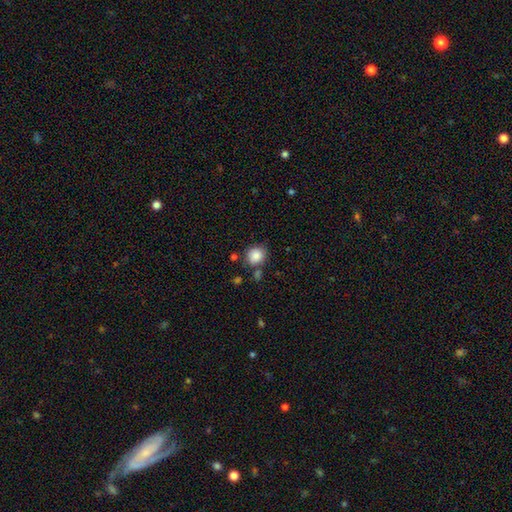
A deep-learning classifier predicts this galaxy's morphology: A smooth galaxy with no disk features (86%) that is round (81%).

Vote fractions:
- Smooth or featured? smooth: 86% / star or artifact: 9% / featured or disk: 5%
- How rounded? round: 81% / in between: 18% / cigar-shaped: 1%
- Merging? none: 71% / minor disturbance: 16% / merger: 8% / major disturbance: 4%